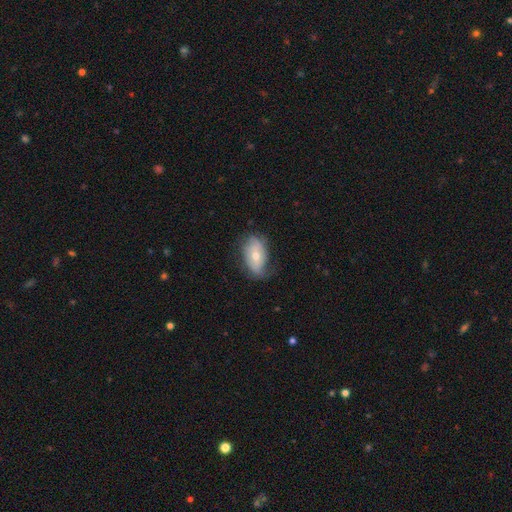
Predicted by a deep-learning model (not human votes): Smooth or featured? Predicted: smooth (p=0.54). How rounded? Predicted: in between (p=0.88). Merging? Predicted: none (p=0.56).